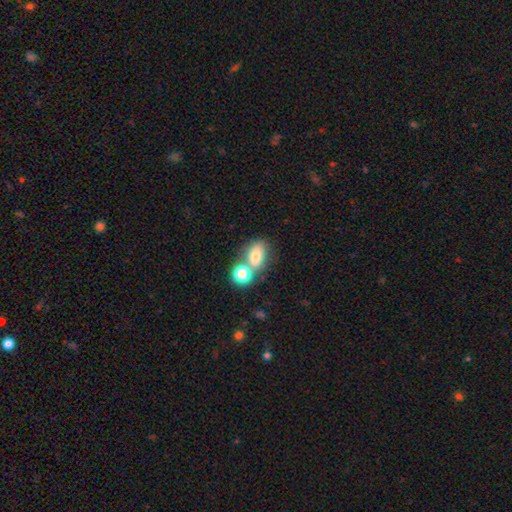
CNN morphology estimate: type=smooth (74%); roundness=in between (71%); merging=none (44%).